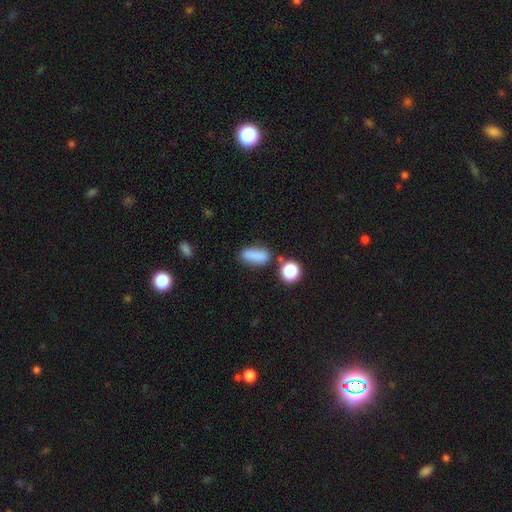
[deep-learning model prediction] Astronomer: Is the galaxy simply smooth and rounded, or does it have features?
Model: smooth — 81%.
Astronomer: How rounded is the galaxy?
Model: in between — 71%.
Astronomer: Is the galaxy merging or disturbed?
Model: none — 69%.